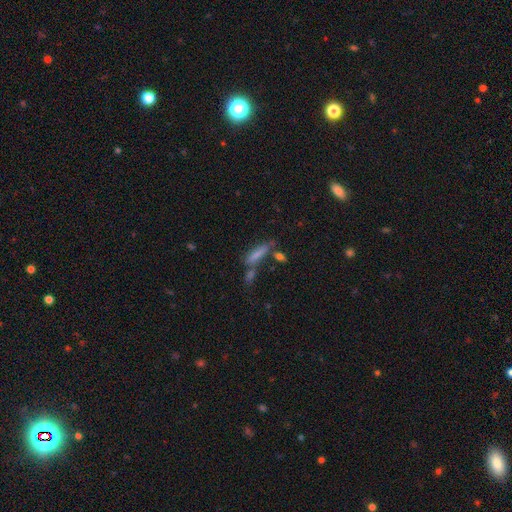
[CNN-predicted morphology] Smooth or featured?
  - smooth: 60% *
  - featured or disk: 25%
  - star or artifact: 14%
How rounded?
  - cigar-shaped: 78% *
  - in between: 19%
  - round: 3%
Merging?
  - none: 52% *
  - merger: 25%
  - minor disturbance: 15%
  - major disturbance: 8%